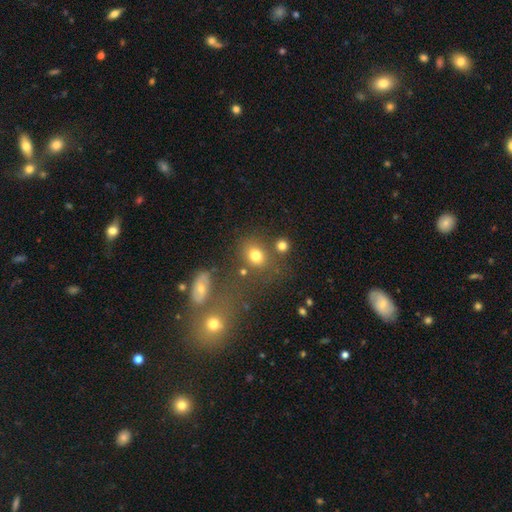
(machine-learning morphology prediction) Smooth or featured: smooth — 75% (star or artifact — 14%)
How rounded: round — 58% (in between — 40%)
Merging: none — 66% (merger — 15%)